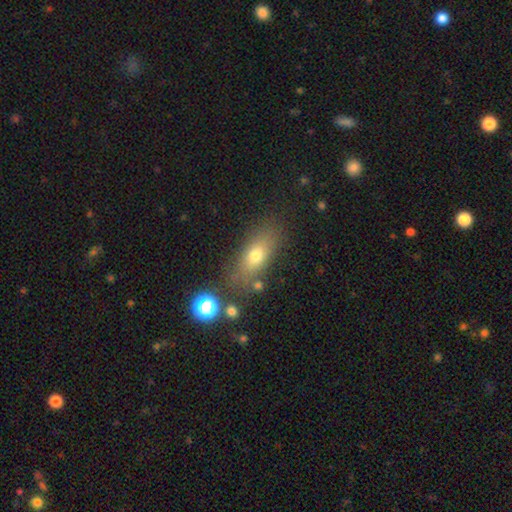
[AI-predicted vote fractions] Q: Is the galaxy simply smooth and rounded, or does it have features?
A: smooth — 69%.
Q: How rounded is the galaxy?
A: in between — 71%.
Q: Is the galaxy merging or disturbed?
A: none — 73%.